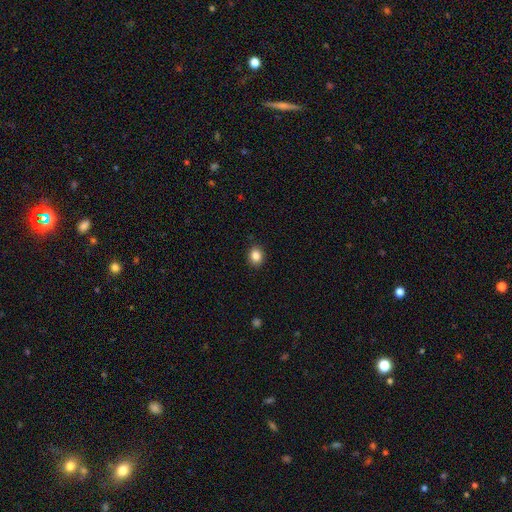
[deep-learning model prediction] Overall: smooth (86%). How rounded: round (62%; in between 37%). Merging: none (90%).